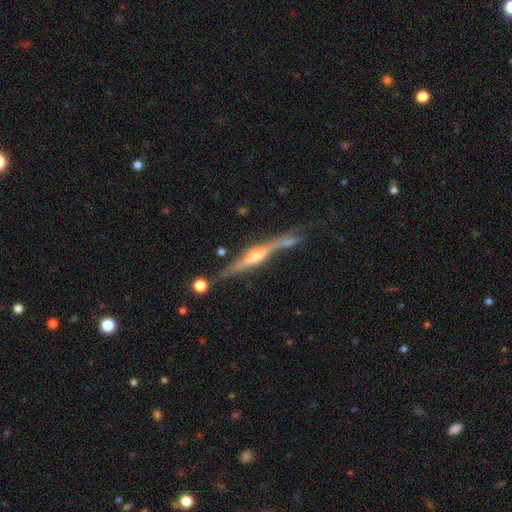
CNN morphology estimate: Q: Smooth or featured?
A: featured or disk (84%); runner-up: smooth (10%)
Q: Edge-on disk?
A: yes (96%); runner-up: no (4%)
Q: Edge-on bulge?
A: rounded (87%); runner-up: boxy (7%)
Q: Merging?
A: none (66%); runner-up: minor disturbance (18%)